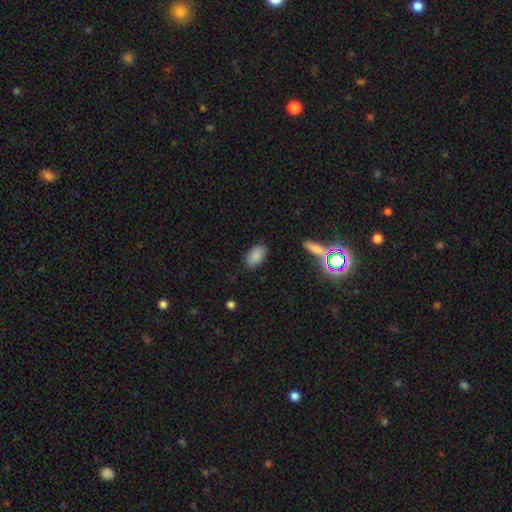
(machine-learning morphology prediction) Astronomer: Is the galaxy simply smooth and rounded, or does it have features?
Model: smooth — 87%.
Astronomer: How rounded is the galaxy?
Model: in between — 92%.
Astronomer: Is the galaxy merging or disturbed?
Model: none — 84%.